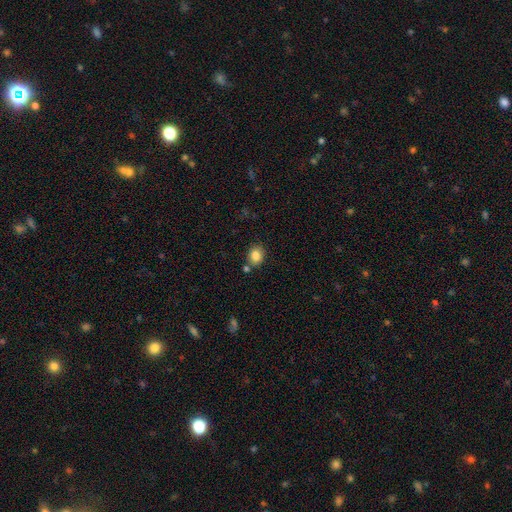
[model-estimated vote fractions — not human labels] smooth_or_featured: smooth (p=0.84) [alt: star or artifact p=0.10]
how_rounded: round (p=0.58) [alt: in between p=0.41]
merging: none (p=0.76) [alt: minor disturbance p=0.12]